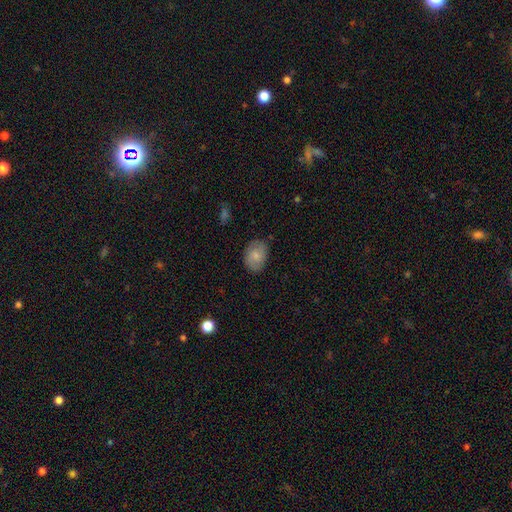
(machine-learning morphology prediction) Q: Smooth or featured?
A: smooth (74%); runner-up: featured or disk (20%)
Q: How rounded?
A: in between (80%); runner-up: round (19%)
Q: Merging?
A: none (81%); runner-up: minor disturbance (15%)